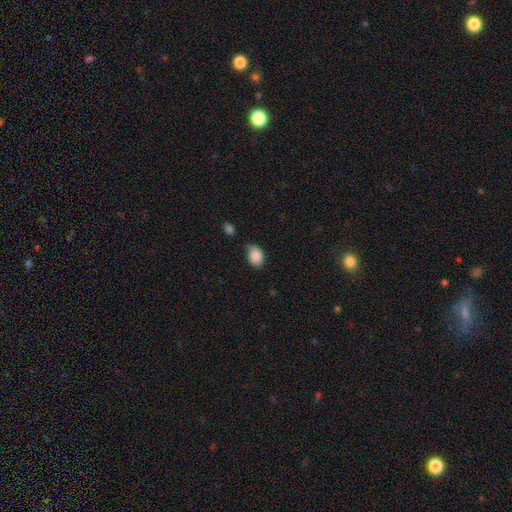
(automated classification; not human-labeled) Smooth or featured? smooth (86%)
How rounded? in between (73%)
Merging? none (46%)